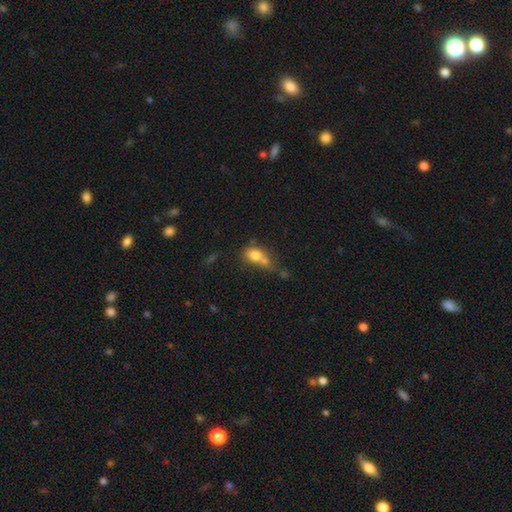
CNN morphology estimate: Q: Smooth or featured?
A: smooth (73%); runner-up: featured or disk (16%)
Q: How rounded?
A: in between (58%); runner-up: round (39%)
Q: Merging?
A: merger (54%); runner-up: none (24%)